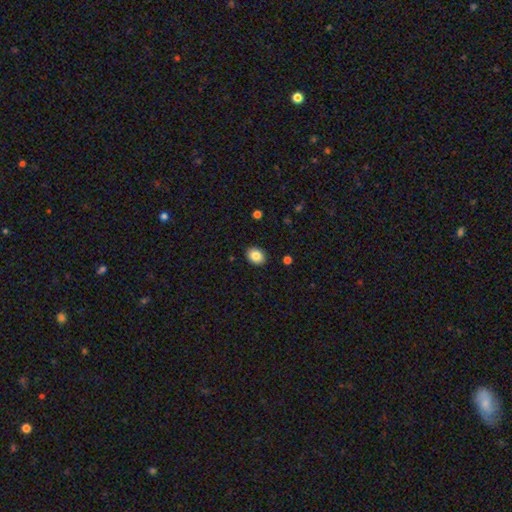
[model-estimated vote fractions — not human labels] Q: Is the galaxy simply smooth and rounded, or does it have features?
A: smooth — 86%.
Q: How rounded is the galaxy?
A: in between — 66%.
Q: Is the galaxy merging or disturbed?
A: none — 90%.